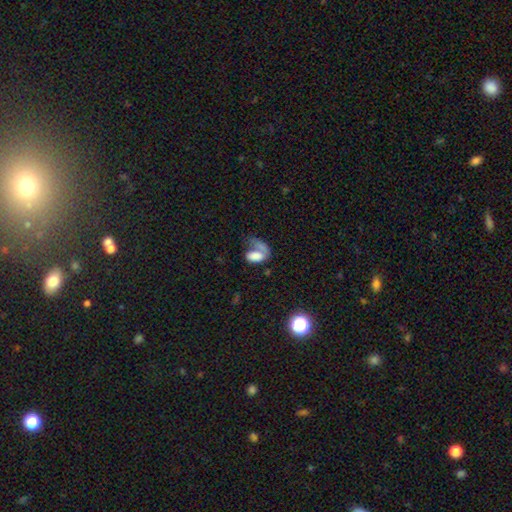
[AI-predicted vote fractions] A smooth galaxy with no disk features (64%) that is in between round and cigar-shaped (88%).

Vote fractions:
- Smooth or featured? smooth: 64% / featured or disk: 25% / star or artifact: 11%
- How rounded? in between: 88% / round: 9% / cigar-shaped: 3%
- Merging? major disturbance: 33% / none: 28% / merger: 25% / minor disturbance: 15%